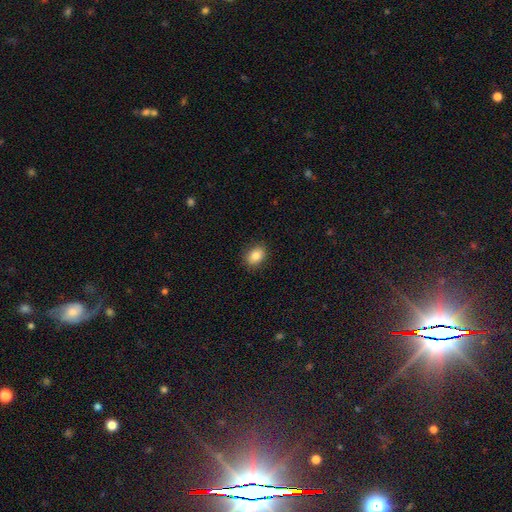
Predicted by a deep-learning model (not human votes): Overall: smooth (84%). How rounded: in between (66%; round 33%). Merging: none (89%).